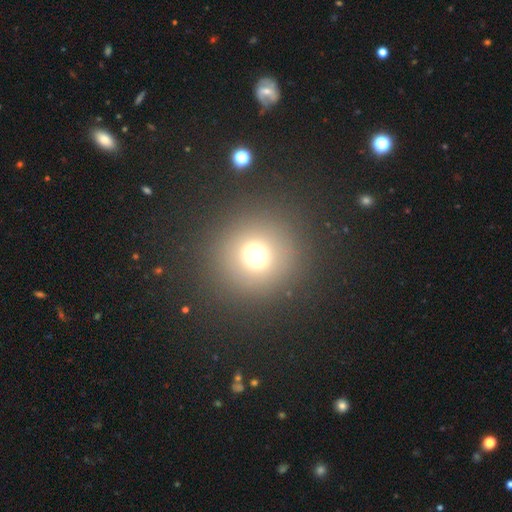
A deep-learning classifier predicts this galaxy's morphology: smooth 70%, star or artifact 19%, featured or disk 10%. Down the decision tree: how rounded — round (94%); merging — none (88%).